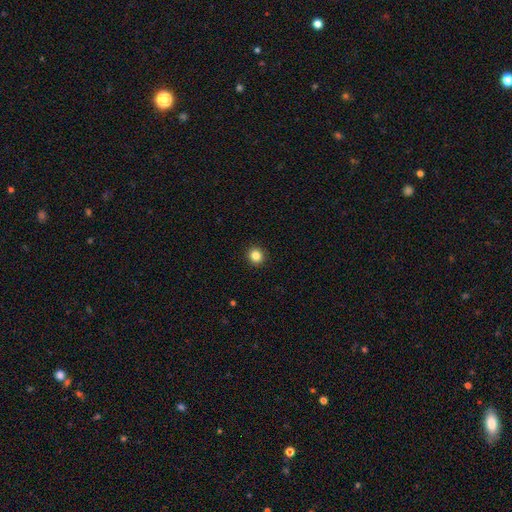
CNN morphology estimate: The model was most divided on "smooth or featured": smooth: 85%, star or artifact: 11%, featured or disk: 4%. More confident: merging — none (93%); how rounded — round (91%).